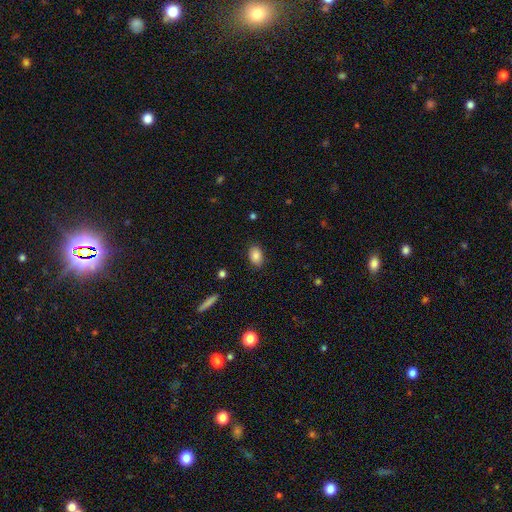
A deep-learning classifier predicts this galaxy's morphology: smooth 85%, star or artifact 8%, featured or disk 7%. Down the decision tree: how rounded — in between (87%); merging — none (86%).